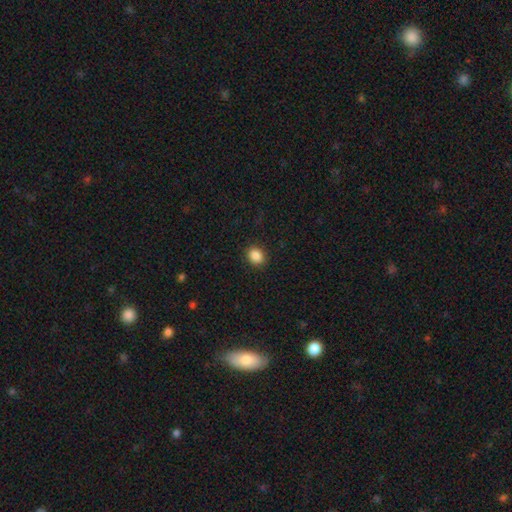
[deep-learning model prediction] A smooth galaxy with no disk features (87%) that is round (58%).

Vote fractions:
- Smooth or featured? smooth: 87% / star or artifact: 9% / featured or disk: 3%
- How rounded? round: 58% / in between: 41% / cigar-shaped: 1%
- Merging? none: 91% / minor disturbance: 6% / major disturbance: 2% / merger: 1%